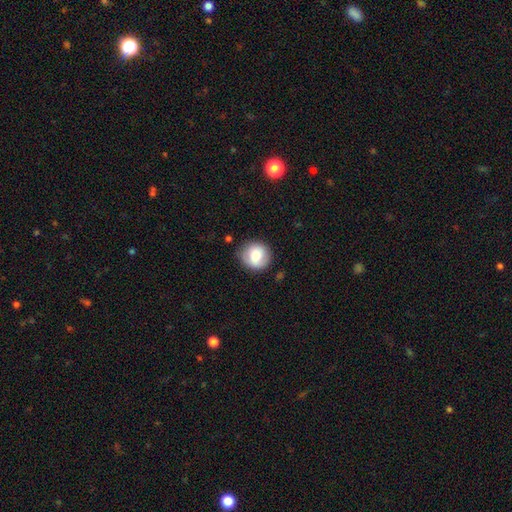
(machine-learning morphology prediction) smooth 74%, featured or disk 17%, star or artifact 8%. Down the decision tree: how rounded — round (90%); merging — none (80%).